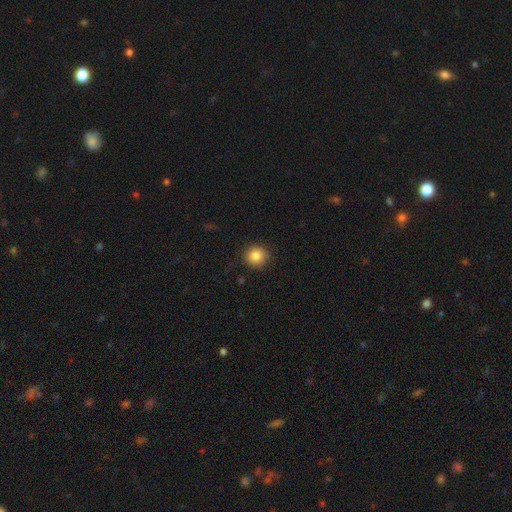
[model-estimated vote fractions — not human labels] Morphology: type=smooth (86%); roundness=round (92%); merging=none (87%).